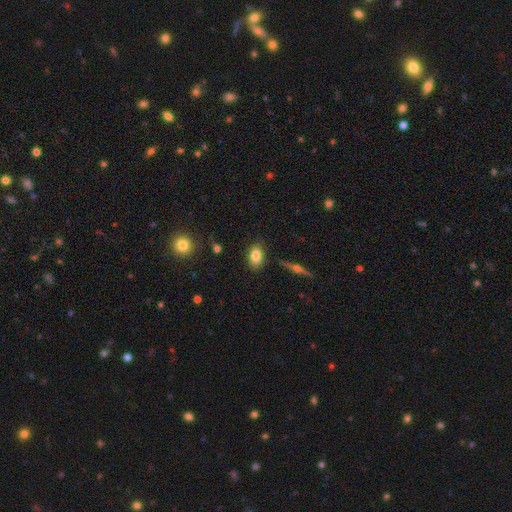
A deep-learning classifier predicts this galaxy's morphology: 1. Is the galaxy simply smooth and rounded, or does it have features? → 79% smooth, 13% featured or disk, 8% star or artifact.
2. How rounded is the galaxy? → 81% in between, 17% round, 2% cigar-shaped.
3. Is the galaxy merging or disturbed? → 83% none, 12% minor disturbance, 3% merger, 3% major disturbance.